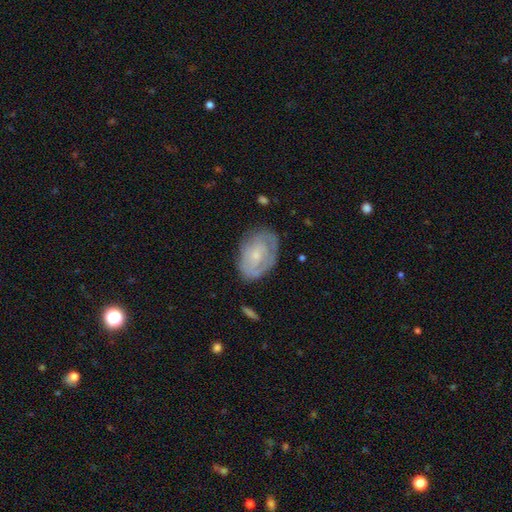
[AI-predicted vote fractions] A featured or disk galaxy (55%) with no bar (74%), spiral arms (64%) and a small central bulge (64%).

Vote fractions:
- Smooth or featured? featured or disk: 55% / smooth: 39% / star or artifact: 7%
- Edge-on disk? no: 95% / yes: 5%
- Bar? no: 74% / weak: 23% / strong: 4%
- Spiral arms? yes: 64% / no: 36%
- Bulge size? small: 64% / moderate: 28% / none: 5% / large: 2% / dominant: 1%
- Merging? none: 68% / minor disturbance: 23% / major disturbance: 8% / merger: 1%